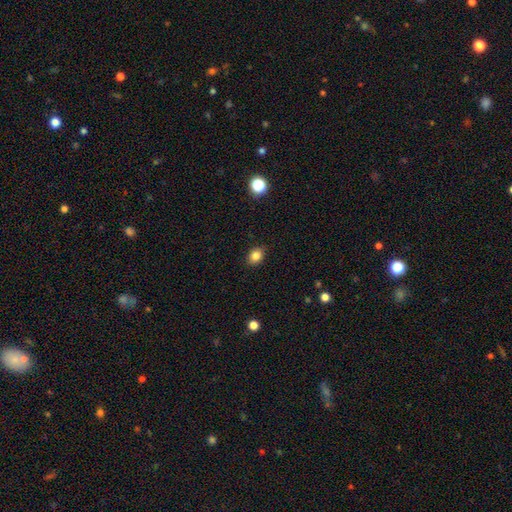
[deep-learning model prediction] smooth-or-featured: smooth: 84% | star or artifact: 11% | featured or disk: 5%
  how-rounded: in between: 59% | round: 40% | cigar-shaped: 1%
  merging: none: 88% | minor disturbance: 9% | major disturbance: 2% | merger: 1%